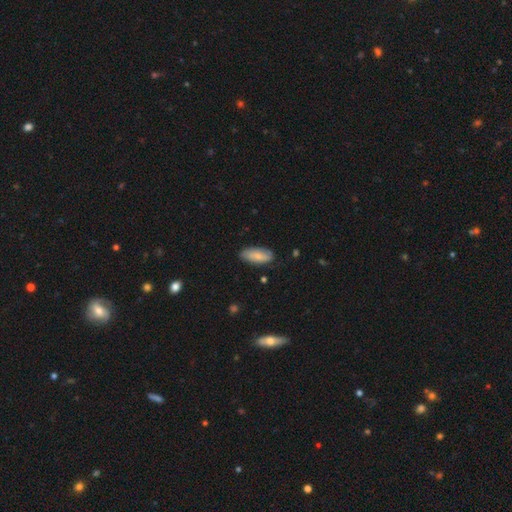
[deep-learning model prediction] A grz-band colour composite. It shows a smooth galaxy with no disk features (74%) that is in between round and cigar-shaped (85%). Merging: none (79%).